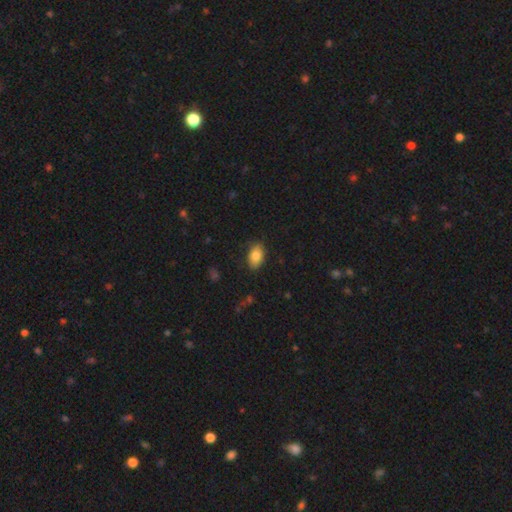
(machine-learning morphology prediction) Smooth or featured: smooth — 84% (featured or disk — 8%)
How rounded: in between — 90% (round — 9%)
Merging: none — 84% (minor disturbance — 12%)